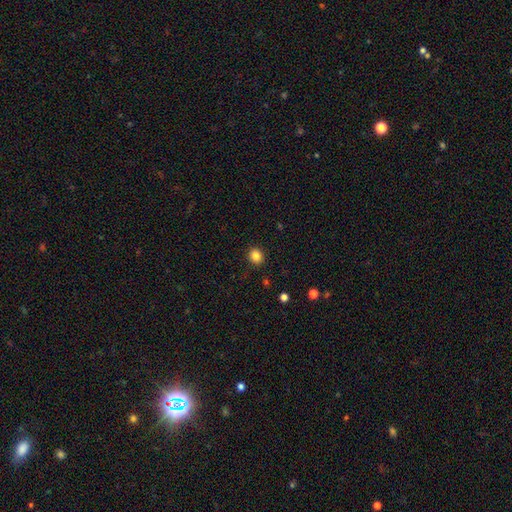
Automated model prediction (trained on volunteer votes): Q: Smooth or featured?
A: smooth (84%); runner-up: star or artifact (11%)
Q: How rounded?
A: round (72%); runner-up: in between (27%)
Q: Merging?
A: none (90%); runner-up: minor disturbance (7%)